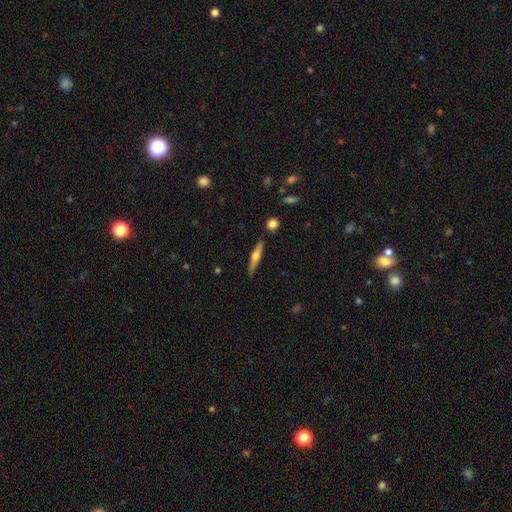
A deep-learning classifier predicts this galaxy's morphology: This appears to be a featured or disk galaxy (52%) viewed edge-on (95%). Merging: none (86%).